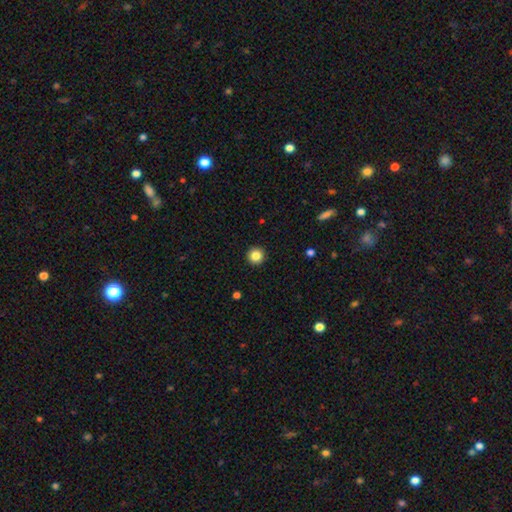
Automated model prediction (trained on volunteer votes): Morphology: type=smooth (85%); roundness=round (96%); merging=none (93%).